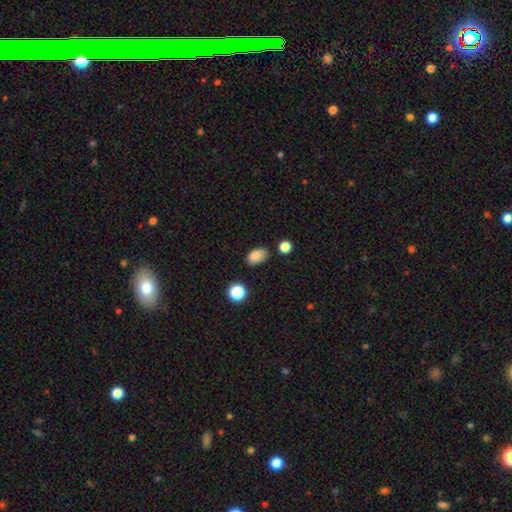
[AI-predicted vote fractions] smooth 85%, star or artifact 10%, featured or disk 5%. Down the decision tree: how rounded — in between (85%); merging — none (71%).